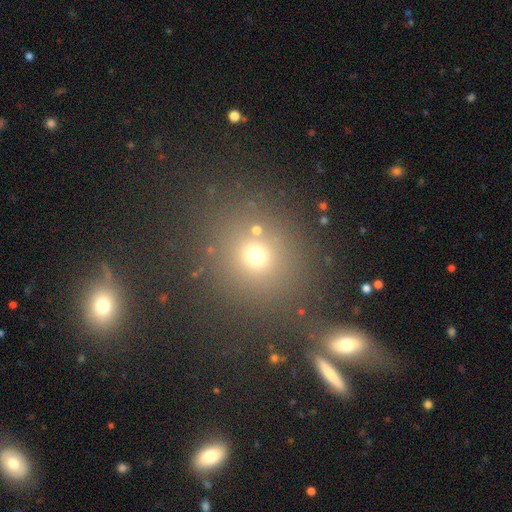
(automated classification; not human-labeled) smooth 66%, star or artifact 24%, featured or disk 9%. Down the decision tree: how rounded — round (84%); merging — none (78%).